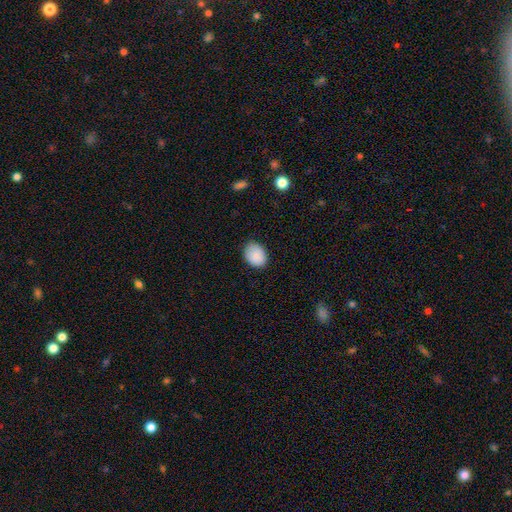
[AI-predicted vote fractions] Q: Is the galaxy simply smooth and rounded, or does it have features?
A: smooth — 88%.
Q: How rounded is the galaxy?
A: in between — 62%.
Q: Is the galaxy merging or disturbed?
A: none — 80%.